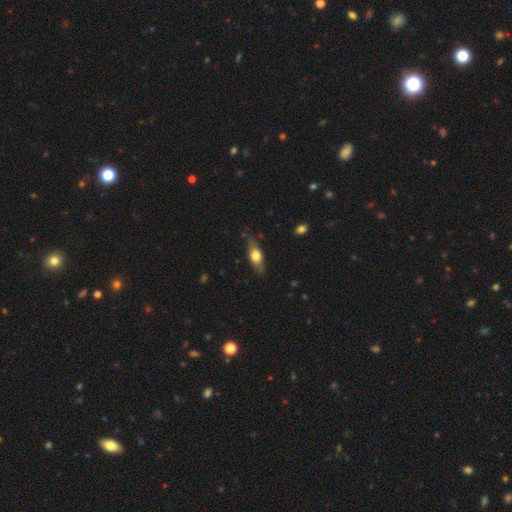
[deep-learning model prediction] smooth-or-featured: smooth: 58% | featured or disk: 36% | star or artifact: 6%
  how-rounded: in between: 66% | cigar-shaped: 29% | round: 5%
  merging: none: 77% | minor disturbance: 17% | major disturbance: 4% | merger: 2%